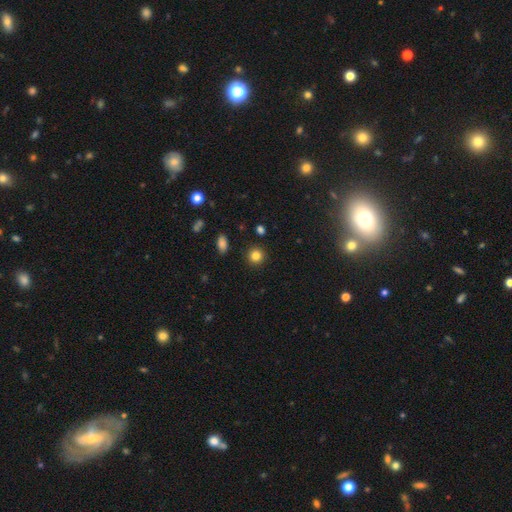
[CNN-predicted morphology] smooth 84%, star or artifact 11%, featured or disk 5%. Down the decision tree: how rounded — round (92%); merging — none (91%).